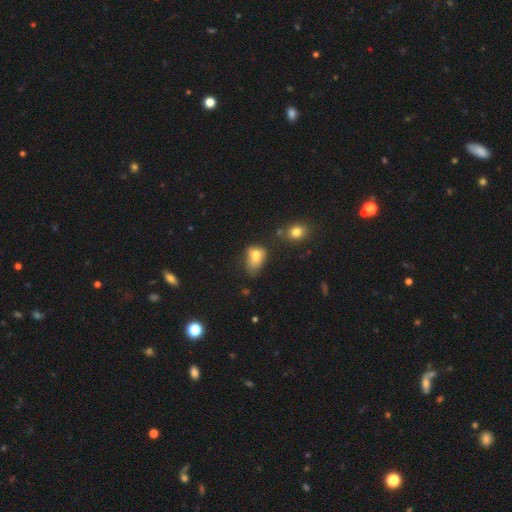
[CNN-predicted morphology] smooth_or_featured: smooth (p=0.68) [alt: featured or disk p=0.20]
how_rounded: in between (p=0.75) [alt: round p=0.24]
merging: merger (p=0.31) [alt: none p=0.27]